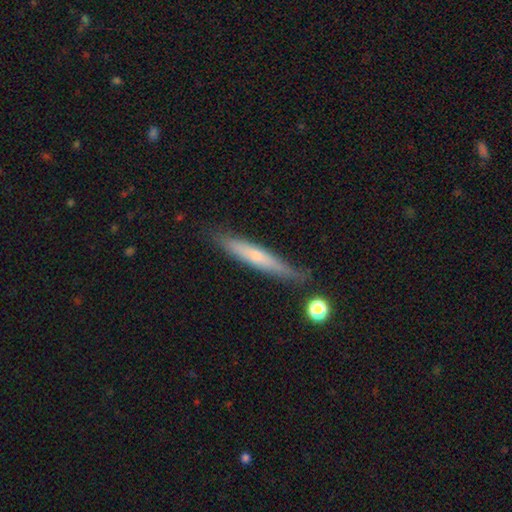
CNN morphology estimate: Smooth or featured? smooth (52%)
How rounded? cigar-shaped (94%)
Merging? none (78%)